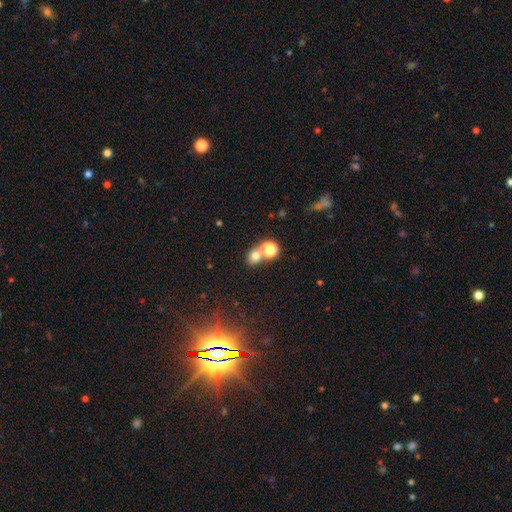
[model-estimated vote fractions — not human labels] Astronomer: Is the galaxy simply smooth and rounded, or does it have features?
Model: smooth — 71%.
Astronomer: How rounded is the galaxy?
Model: round — 66%.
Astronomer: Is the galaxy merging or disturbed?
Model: merger — 48% (runner-up: none, 41%).